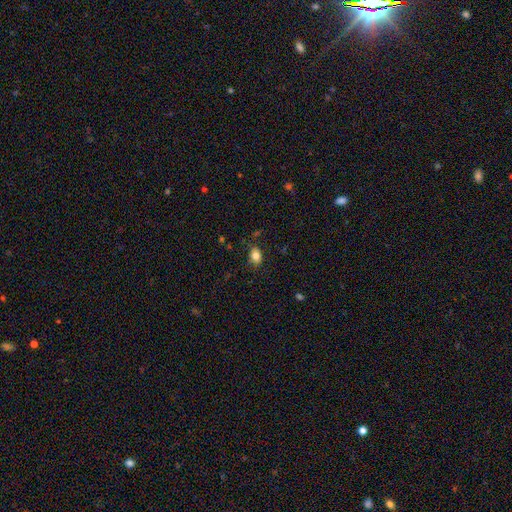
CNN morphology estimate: Smooth or featured?
  - smooth: 82% *
  - star or artifact: 10%
  - featured or disk: 8%
How rounded?
  - in between: 73% *
  - round: 25%
  - cigar-shaped: 1%
Merging?
  - none: 81% *
  - minor disturbance: 14%
  - major disturbance: 3%
  - merger: 2%